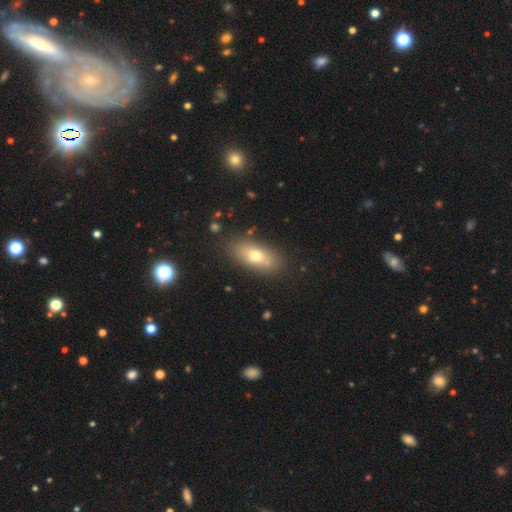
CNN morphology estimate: type=smooth (68%); roundness=in between (81%); merging=none (82%).